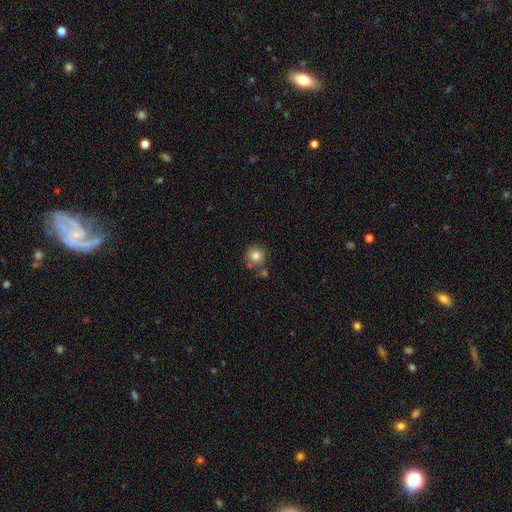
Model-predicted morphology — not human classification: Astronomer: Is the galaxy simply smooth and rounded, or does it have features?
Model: smooth — 82%.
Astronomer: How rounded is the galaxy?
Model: round — 93%.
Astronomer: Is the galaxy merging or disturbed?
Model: none — 72%.